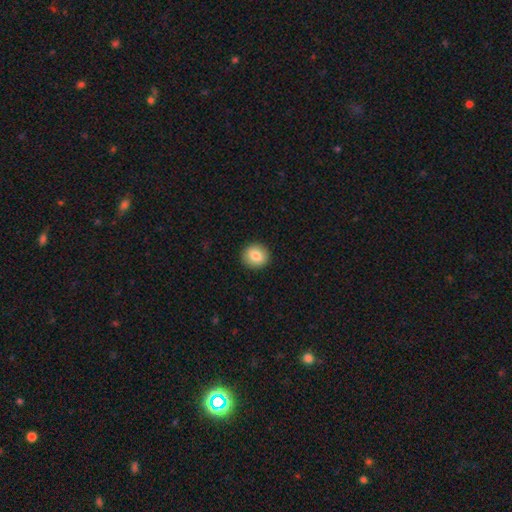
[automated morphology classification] The model was most divided on "smooth or featured": smooth: 82%, featured or disk: 9%, star or artifact: 8%. More confident: merging — none (92%); how rounded — round (89%).